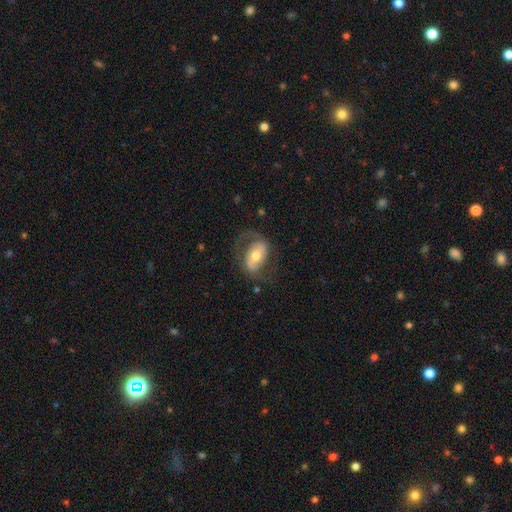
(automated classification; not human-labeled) Q: Smooth or featured?
A: featured or disk (67%); runner-up: smooth (27%)
Q: Edge-on disk?
A: no (95%); runner-up: yes (5%)
Q: Bar?
A: strong (36%); runner-up: weak (34%)
Q: Spiral arms?
A: yes (81%); runner-up: no (19%)
Q: Spiral winding?
A: medium (47%); runner-up: loose (35%)
Q: Spiral arm count?
A: 2 (83%); runner-up: can't tell (7%)
Q: Bulge size?
A: moderate (62%); runner-up: small (25%)
Q: Merging?
A: none (62%); runner-up: minor disturbance (18%)